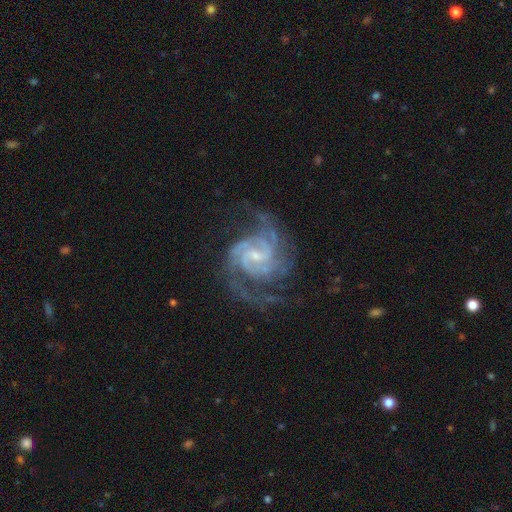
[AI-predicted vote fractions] Smooth or featured?
  - featured or disk: 93% *
  - star or artifact: 5%
  - smooth: 3%
Edge-on disk?
  - no: 98% *
  - yes: 2%
Bar?
  - weak: 51% *
  - no: 35%
  - strong: 13%
Spiral arms?
  - yes: 98% *
  - no: 2%
Spiral winding?
  - tight: 46% * (tied)
  - medium: 46% * (tied)
  - loose: 8%
Spiral arm count?
  - 2: 44% *
  - 3: 26%
  - can't tell: 11%
  - 4: 8%
  - 1: 5%
  - more than 4: 5%
Bulge size?
  - small: 65% *
  - moderate: 27%
  - none: 6%
  - large: 2%
  - dominant: 1%
Merging?
  - none: 65% *
  - minor disturbance: 18%
  - major disturbance: 15%
  - merger: 2%